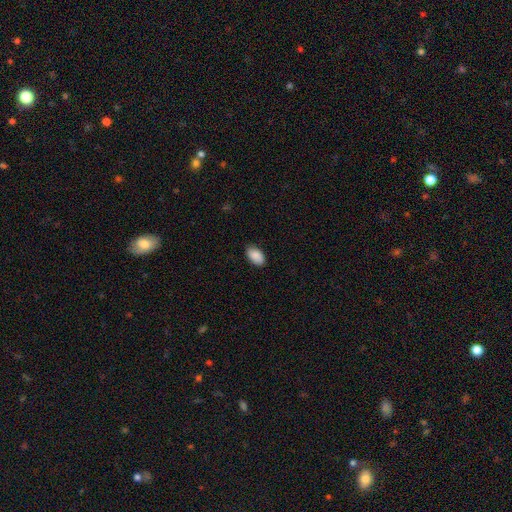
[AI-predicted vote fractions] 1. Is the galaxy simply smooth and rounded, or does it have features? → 89% smooth, 6% star or artifact, 5% featured or disk.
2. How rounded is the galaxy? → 94% in between, 5% round, 1% cigar-shaped.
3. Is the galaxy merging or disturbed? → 86% none, 11% minor disturbance, 2% major disturbance, 1% merger.